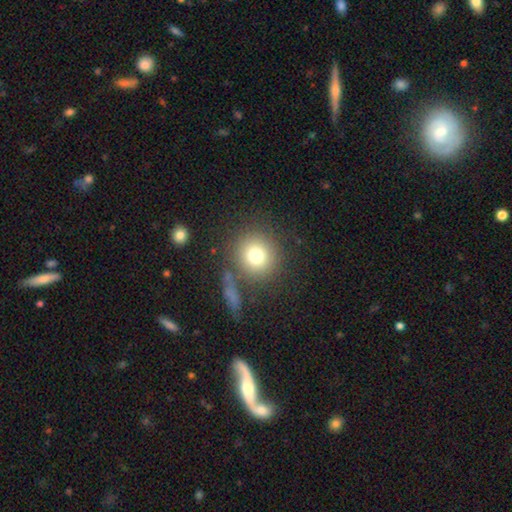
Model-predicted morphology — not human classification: A smooth galaxy with no disk features (75%) that is round (93%).

Vote fractions:
- Smooth or featured? smooth: 75% / star or artifact: 13% / featured or disk: 12%
- How rounded? round: 93% / in between: 6% / cigar-shaped: 1%
- Merging? none: 78% / minor disturbance: 10% / merger: 6% / major disturbance: 6%